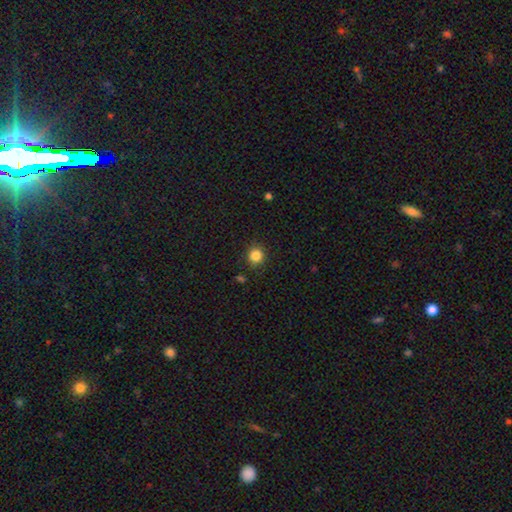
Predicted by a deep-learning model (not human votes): Smooth or featured: smooth — 85% (star or artifact — 11%)
How rounded: round — 89% (in between — 10%)
Merging: none — 89% (minor disturbance — 8%)